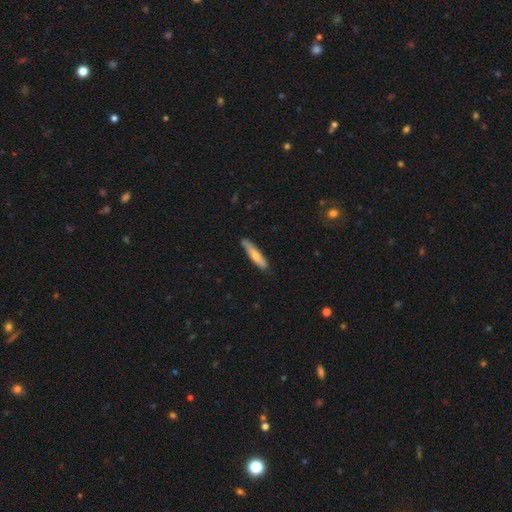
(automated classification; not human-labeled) smooth 69%, featured or disk 25%, star or artifact 5%. Down the decision tree: how rounded — cigar-shaped (86%); merging — none (80%).